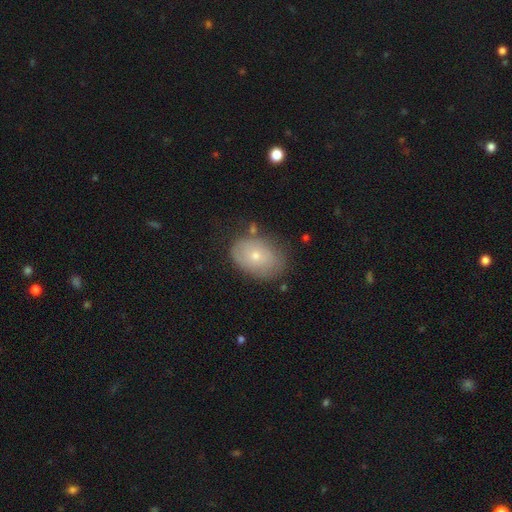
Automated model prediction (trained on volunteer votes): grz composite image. It shows a smooth galaxy with no disk features (62%) that is in between round and cigar-shaped (80%). Merging: none (70%).